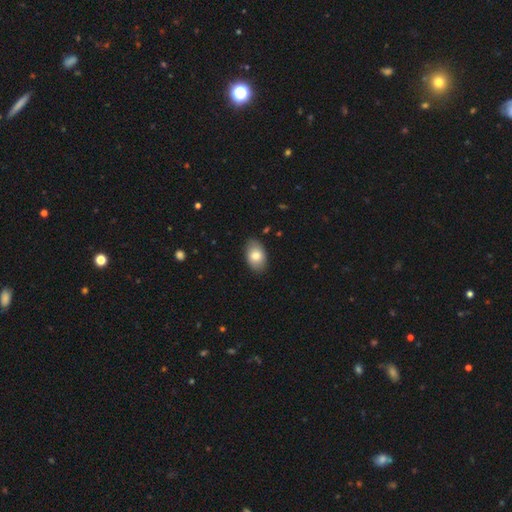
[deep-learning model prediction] A smooth galaxy with no disk features (80%) that is in between round and cigar-shaped (91%). Merging: none (86%).